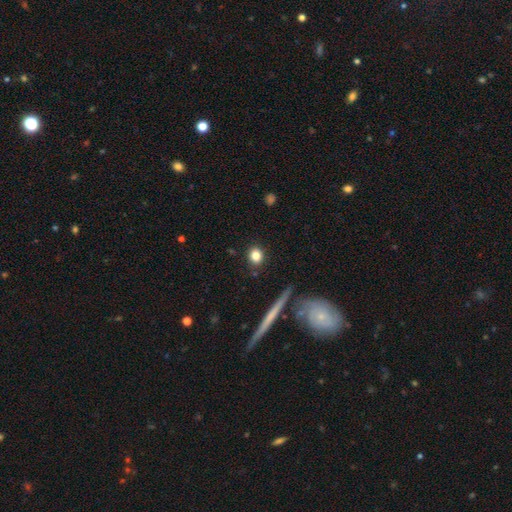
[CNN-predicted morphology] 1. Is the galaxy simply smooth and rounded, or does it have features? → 82% smooth, 10% star or artifact, 8% featured or disk.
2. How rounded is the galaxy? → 71% round, 26% in between, 3% cigar-shaped.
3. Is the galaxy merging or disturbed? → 88% none, 8% minor disturbance, 2% merger, 2% major disturbance.